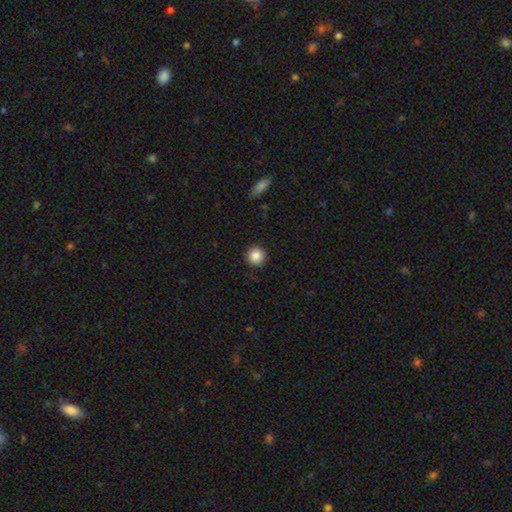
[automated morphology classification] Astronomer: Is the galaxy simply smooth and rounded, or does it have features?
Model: smooth — 87%.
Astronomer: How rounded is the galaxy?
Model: round — 95%.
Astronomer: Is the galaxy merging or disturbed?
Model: none — 91%.